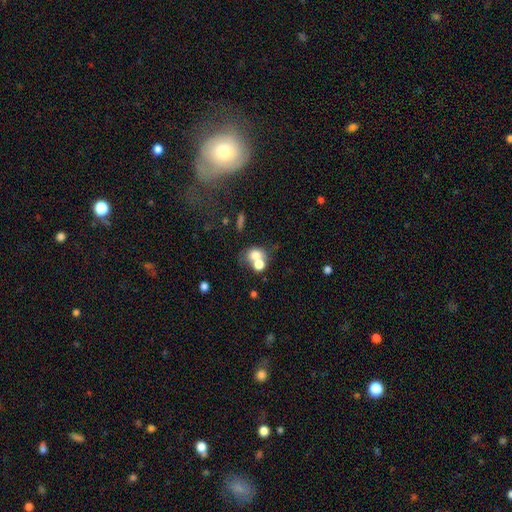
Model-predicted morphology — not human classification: Q: Smooth or featured?
A: smooth (71%); runner-up: featured or disk (18%)
Q: How rounded?
A: round (62%); runner-up: in between (37%)
Q: Merging?
A: merger (58%); runner-up: none (29%)